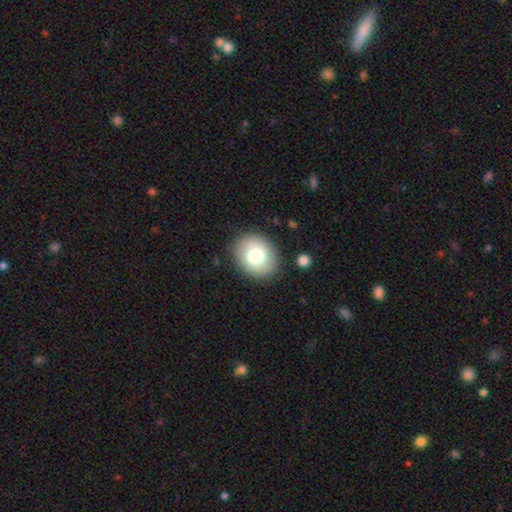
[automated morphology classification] smooth 77%, featured or disk 16%, star or artifact 7%. Down the decision tree: how rounded — round (55%); merging — none (86%).